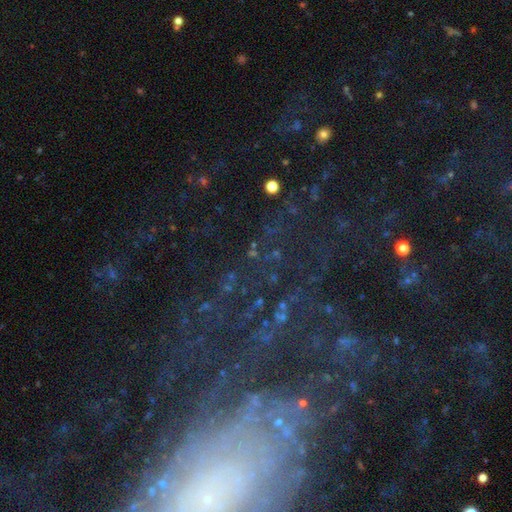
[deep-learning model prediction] Smooth or featured? Predicted: featured or disk (p=0.55). Edge-on disk? Predicted: no (p=0.90). Merging? Predicted: none (p=0.67).